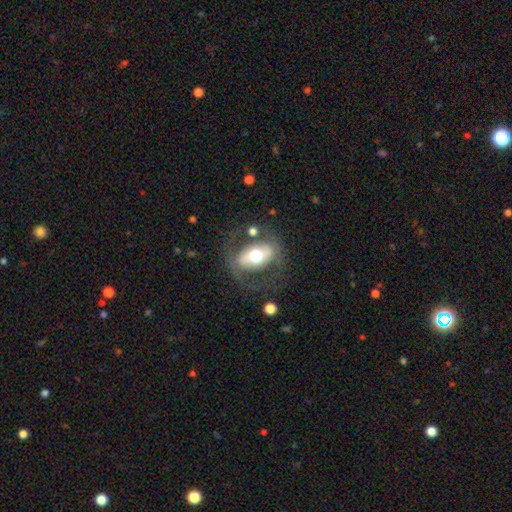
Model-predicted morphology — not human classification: This appears to be a featured or disk galaxy (57%) with a strong bar (38%), no spiral arms (67%) and a moderate central bulge (64%). Merging: none (63%).